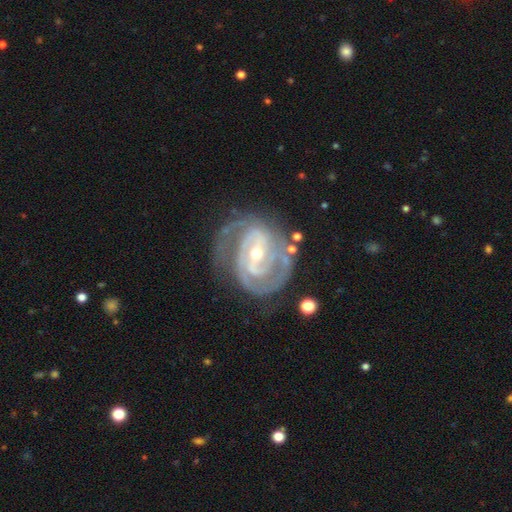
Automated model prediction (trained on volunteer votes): Smooth or featured? Predicted: featured or disk (p=0.91). Edge-on disk? Predicted: no (p=0.97). Bar? Predicted: strong (p=0.40). Spiral arms? Predicted: yes (p=0.97). Spiral winding? Predicted: tight (p=0.64). Spiral arm count? Predicted: 2 (p=0.54). Bulge size? Predicted: small (p=0.51). Merging? Predicted: none (p=0.66).